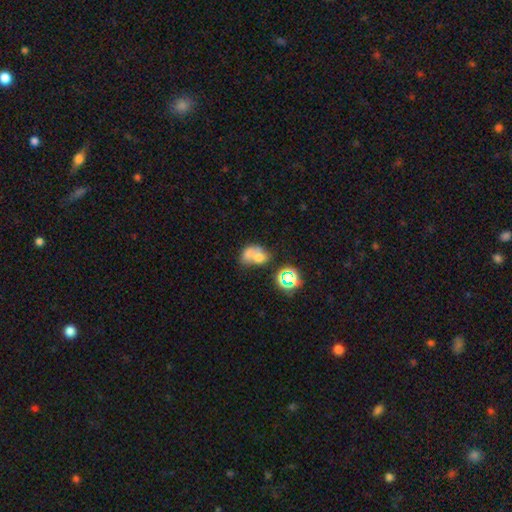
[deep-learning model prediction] Overall: smooth (58%; featured or disk 25%). How rounded: in between (59%; round 39%). Merging: merger (64%).